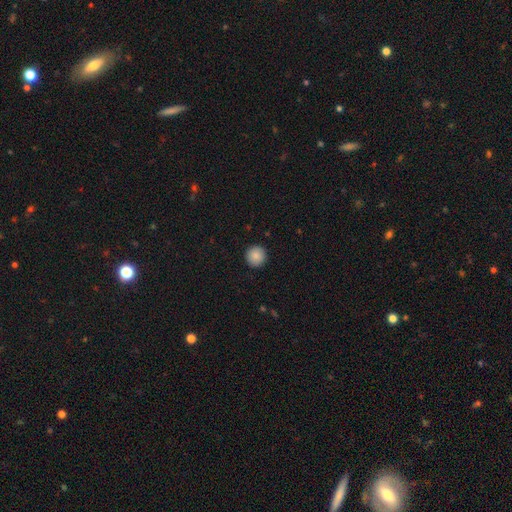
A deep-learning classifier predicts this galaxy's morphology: Smooth or featured: smooth — 88% (star or artifact — 8%)
How rounded: round — 95% (in between — 4%)
Merging: none — 92% (minor disturbance — 5%)